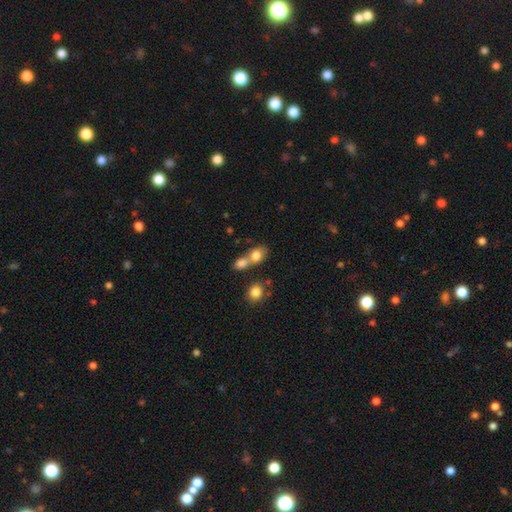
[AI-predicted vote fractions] Overall: smooth (79%). How rounded: in between (57%; round 40%). Merging: merger (57%; none 30%).